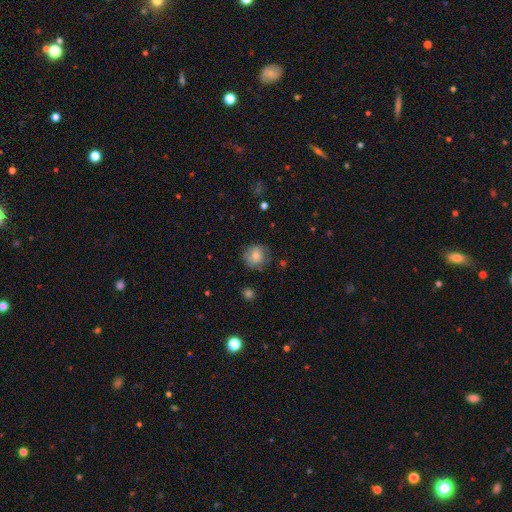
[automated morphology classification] The model was most divided on "merging": none: 75%, minor disturbance: 18%, major disturbance: 6%, merger: 2%. More confident: how rounded — round (84%); smooth or featured — smooth (76%).